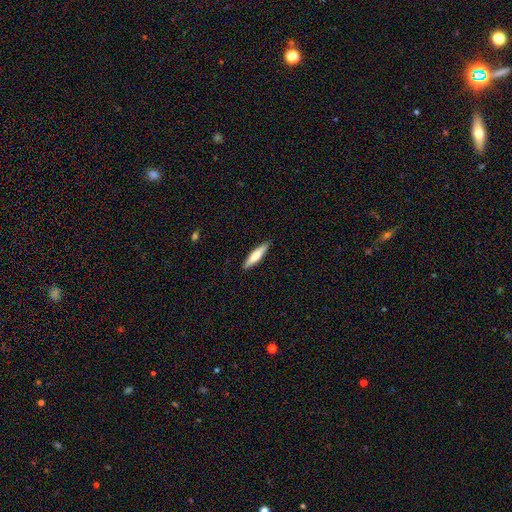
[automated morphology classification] A smooth galaxy with no disk features (62%) that is cigar-shaped (81%).

Vote fractions:
- Smooth or featured? smooth: 62% / featured or disk: 32% / star or artifact: 5%
- How rounded? cigar-shaped: 81% / in between: 18% / round: 1%
- Merging? none: 90% / minor disturbance: 7% / major disturbance: 2% / merger: 1%